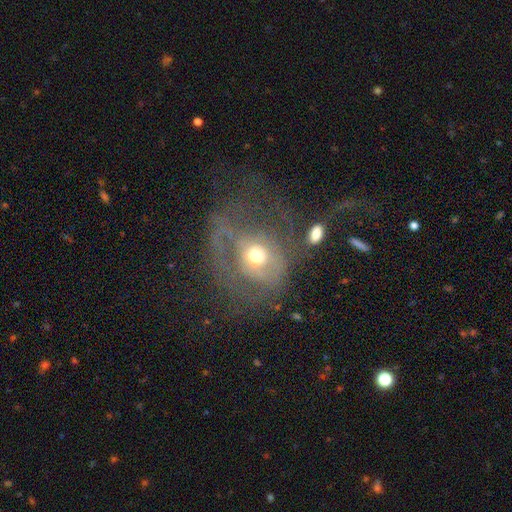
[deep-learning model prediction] featured or disk 53%, smooth 35%, star or artifact 12%. Down the decision tree: edge-on disk — no (95%); bar — no (76%); spiral arms — no (51%); bulge size — moderate (62%); merging — major disturbance (47%).